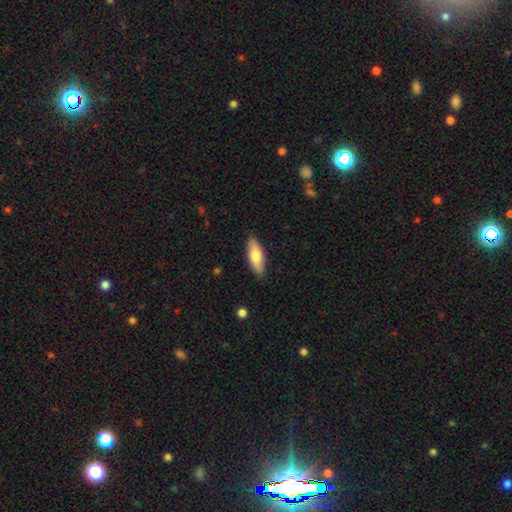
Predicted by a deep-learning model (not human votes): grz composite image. It shows a smooth galaxy with no disk features (73%) that is in between round and cigar-shaped (68%). Merging: none (87%).